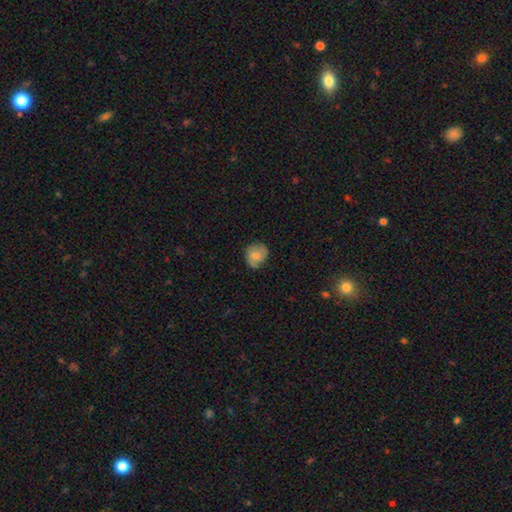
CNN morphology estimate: Q: Smooth or featured?
A: smooth (56%); runner-up: featured or disk (37%)
Q: How rounded?
A: round (72%); runner-up: in between (27%)
Q: Merging?
A: none (64%); runner-up: minor disturbance (27%)